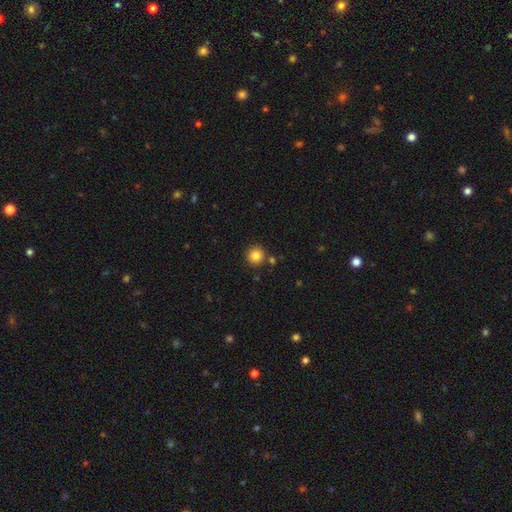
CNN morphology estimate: A smooth galaxy with no disk features (84%) that is round (95%).

Vote fractions:
- Smooth or featured? smooth: 84% / star or artifact: 11% / featured or disk: 5%
- How rounded? round: 95% / in between: 4% / cigar-shaped: 1%
- Merging? none: 86% / minor disturbance: 6% / merger: 6% / major disturbance: 2%